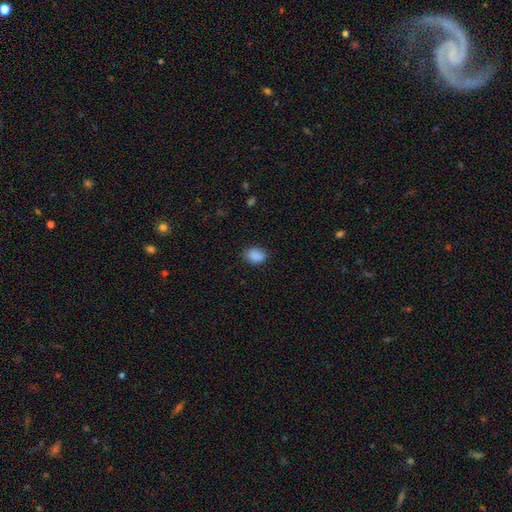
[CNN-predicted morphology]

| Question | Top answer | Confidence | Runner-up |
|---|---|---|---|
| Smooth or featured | smooth | 88% | star or artifact (9%) |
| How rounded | in between | 66% | round (33%) |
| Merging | none | 78% | minor disturbance (17%) |